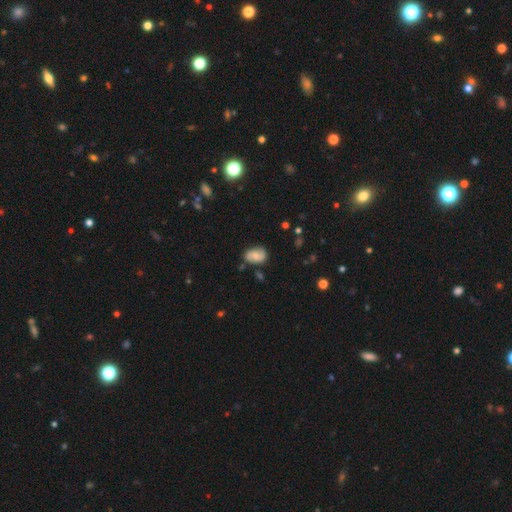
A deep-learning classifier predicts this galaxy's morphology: smooth-or-featured: smooth: 57% | featured or disk: 34% | star or artifact: 9%
  how-rounded: in between: 82% | round: 16% | cigar-shaped: 2%
  merging: none: 69% | minor disturbance: 23% | major disturbance: 5% | merger: 3%